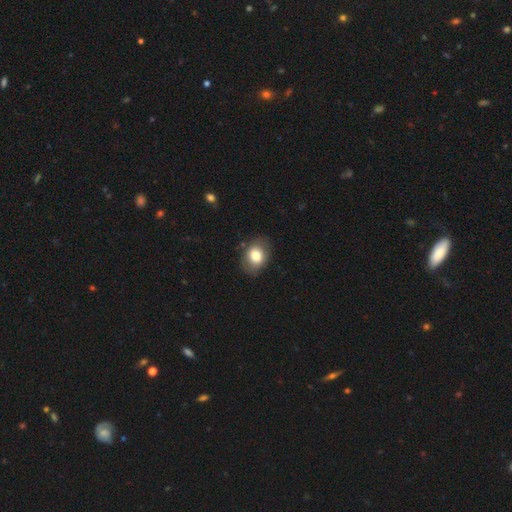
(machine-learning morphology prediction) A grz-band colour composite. It shows a smooth galaxy with no disk features (76%) that is in between round and cigar-shaped (68%). Merging: none (81%).